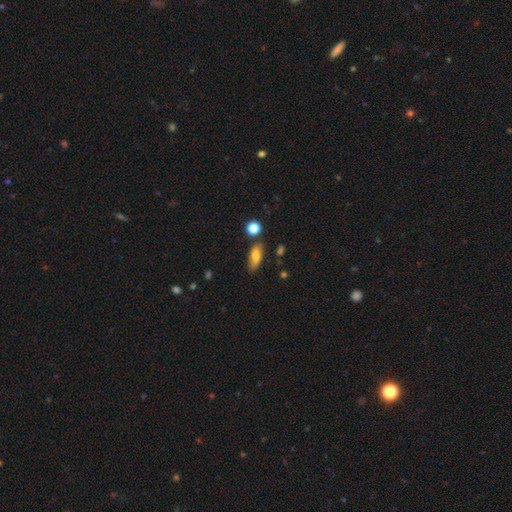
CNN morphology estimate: A smooth galaxy with no disk features (74%) that is in between round and cigar-shaped (73%).

Vote fractions:
- Smooth or featured? smooth: 74% / featured or disk: 17% / star or artifact: 9%
- How rounded? in between: 73% / cigar-shaped: 22% / round: 5%
- Merging? none: 74% / minor disturbance: 18% / merger: 4% / major disturbance: 4%